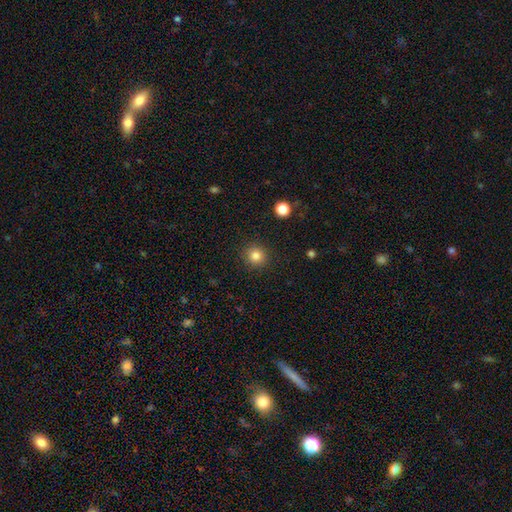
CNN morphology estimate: Smooth or featured? smooth (82%)
How rounded? round (92%)
Merging? none (91%)